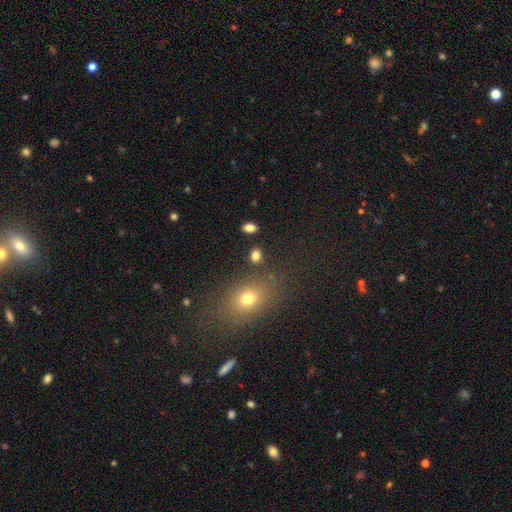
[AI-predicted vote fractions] smooth_or_featured: smooth (p=0.80) [alt: star or artifact p=0.13]
how_rounded: in between (p=0.74) [alt: round p=0.24]
merging: none (p=0.81) [alt: minor disturbance p=0.09]